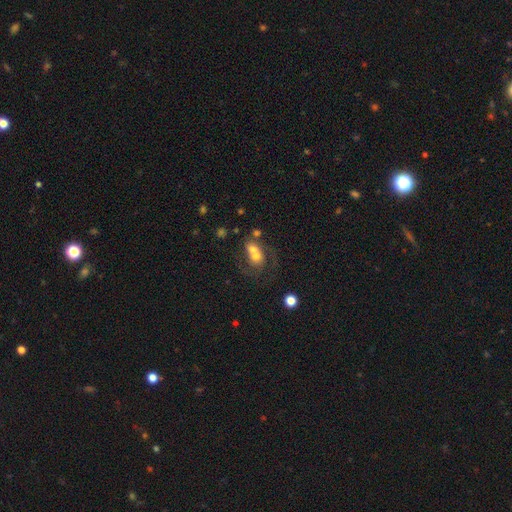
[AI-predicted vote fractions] Q: Smooth or featured?
A: smooth (53%); runner-up: featured or disk (36%)
Q: How rounded?
A: in between (49%); tied with: round (49%)
Q: Merging?
A: merger (66%); runner-up: none (16%)